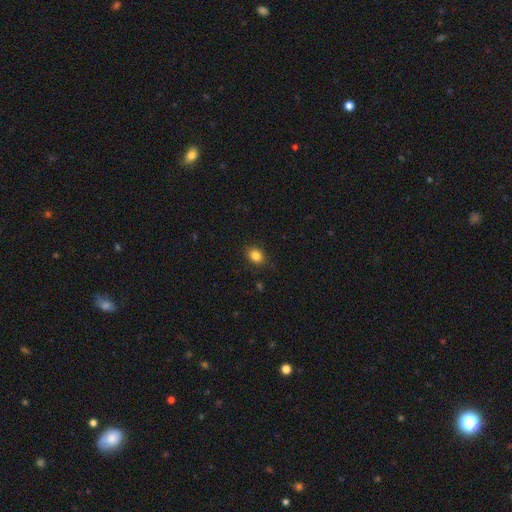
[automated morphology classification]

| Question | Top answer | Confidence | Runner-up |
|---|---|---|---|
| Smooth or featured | smooth | 84% | star or artifact (11%) |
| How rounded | in between | 50% | round (49%) |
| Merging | none | 87% | minor disturbance (10%) |